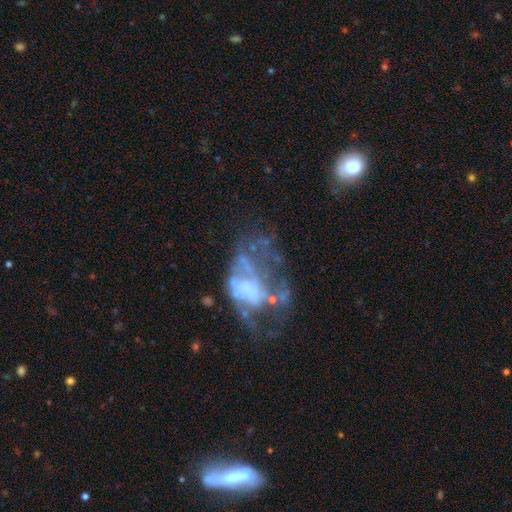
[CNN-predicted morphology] featured or disk 58%, star or artifact 24%, smooth 17%. Down the decision tree: edge-on disk — no (93%); bar — no (70%); spiral arms — no (57%); bulge size — moderate (34%); merging — major disturbance (39%).